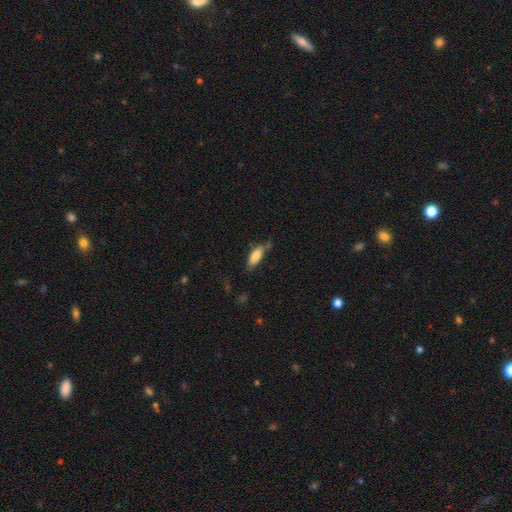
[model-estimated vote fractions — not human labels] Smooth or featured? Predicted: smooth (p=0.81). How rounded? Predicted: in between (p=0.70). Merging? Predicted: none (p=0.60).